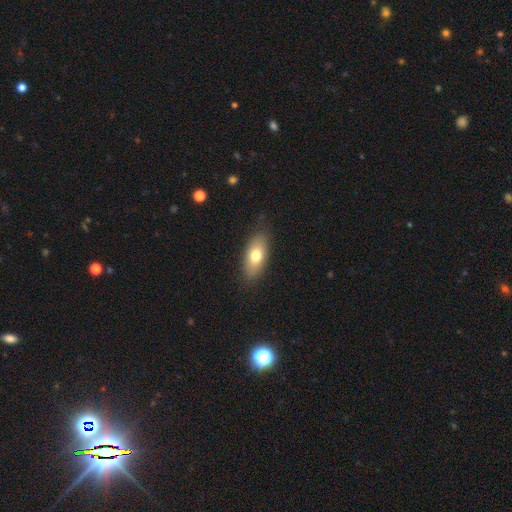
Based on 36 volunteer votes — Morphology: type=smooth (89%); roundness=in between (81%); merging=none (69%).